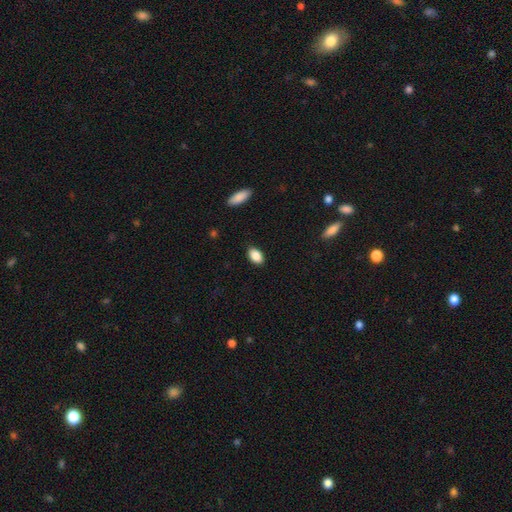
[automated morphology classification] Smooth or featured? Predicted: smooth (p=0.87). How rounded? Predicted: in between (p=0.91). Merging? Predicted: none (p=0.87).